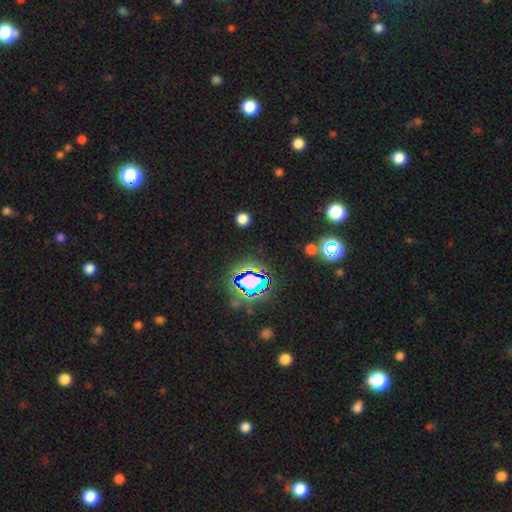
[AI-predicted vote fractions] star or artifact 76%, smooth 15%, featured or disk 8%.